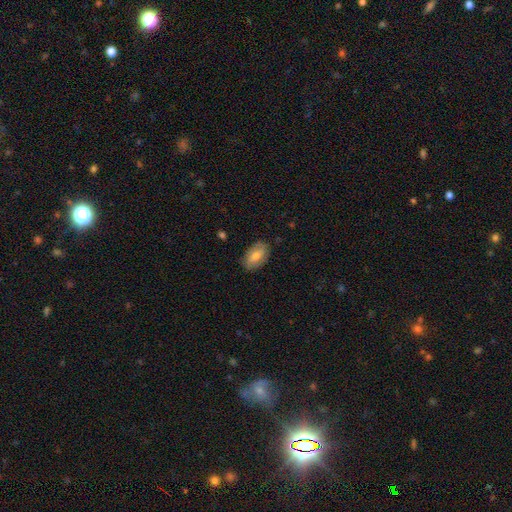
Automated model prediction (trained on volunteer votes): This is likely a smooth galaxy (72%). How rounded: clearly in between (92%). Merging: clearly none (83%).